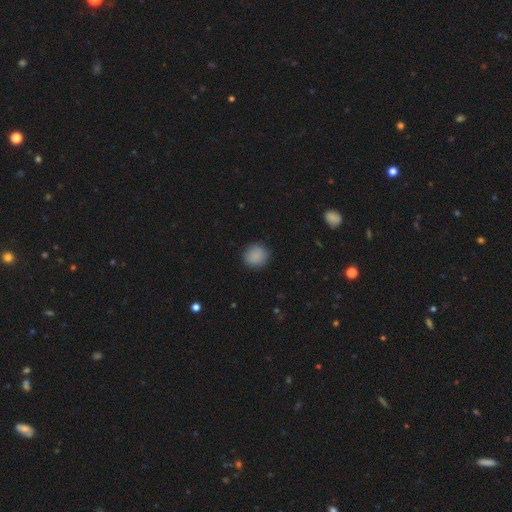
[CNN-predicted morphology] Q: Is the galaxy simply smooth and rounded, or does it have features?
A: smooth — 88%.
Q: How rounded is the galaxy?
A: round — 86%.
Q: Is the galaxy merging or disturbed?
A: none — 87%.